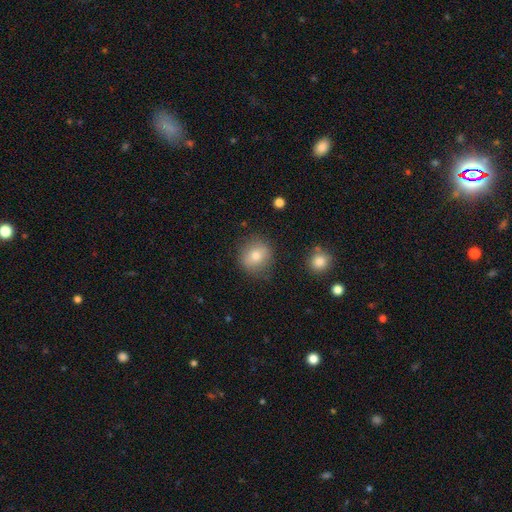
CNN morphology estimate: This appears to be a smooth galaxy with no disk features (76%) that is round (80%). Merging: none (83%).